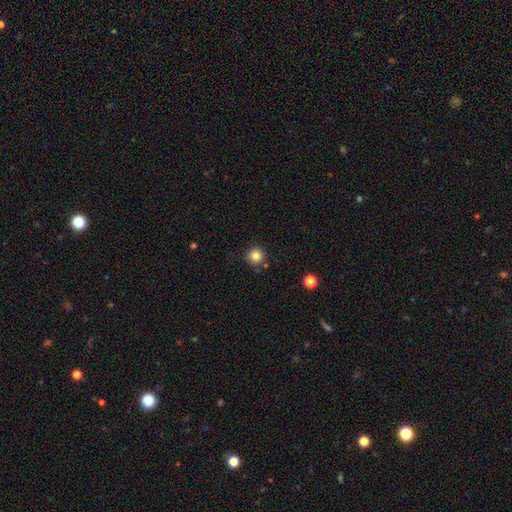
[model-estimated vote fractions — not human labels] The model was most divided on "smooth or featured": smooth: 84%, star or artifact: 12%, featured or disk: 5%. More confident: how rounded — round (95%); merging — none (86%).